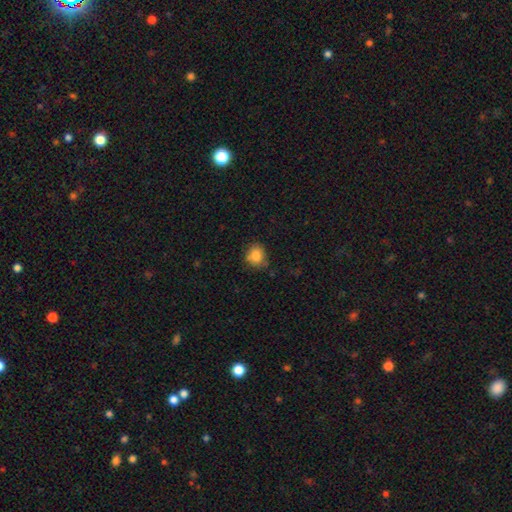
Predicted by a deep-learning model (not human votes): smooth 83%, star or artifact 10%, featured or disk 7%. Down the decision tree: how rounded — round (72%); merging — none (73%).